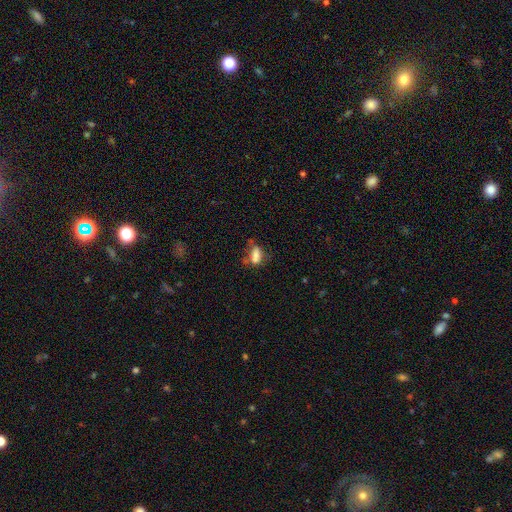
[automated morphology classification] This appears to be a smooth galaxy with no disk features (69%) that is in between round and cigar-shaped (79%). Merging: none (39%).